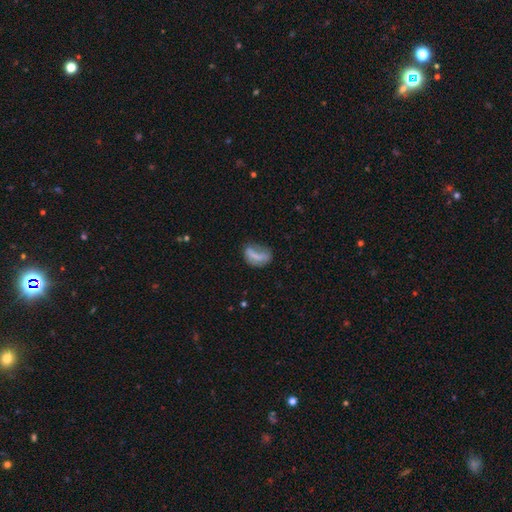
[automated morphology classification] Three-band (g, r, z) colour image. It shows a smooth galaxy with no disk features (58%) that is in between round and cigar-shaped (78%). Merging: none (38%).